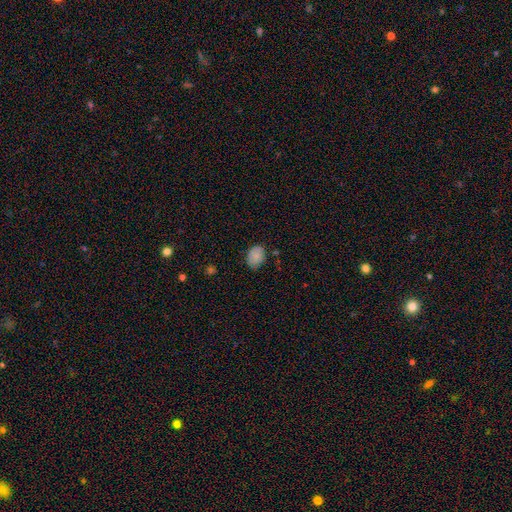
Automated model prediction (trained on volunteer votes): Overall: smooth (84%). How rounded: in between (73%). Merging: none (76%).